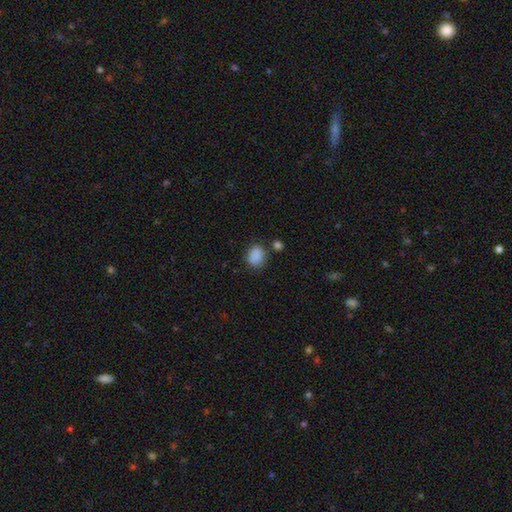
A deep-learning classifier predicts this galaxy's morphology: This appears to be a smooth galaxy with no disk features (87%) that is in between round and cigar-shaped (51%). Merging: none (73%).